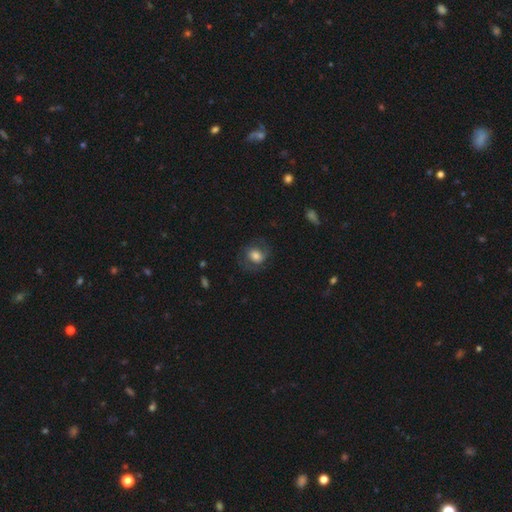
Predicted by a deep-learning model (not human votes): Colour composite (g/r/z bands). It shows a smooth galaxy with no disk features (60%) that is round (56%). Merging: none (66%).